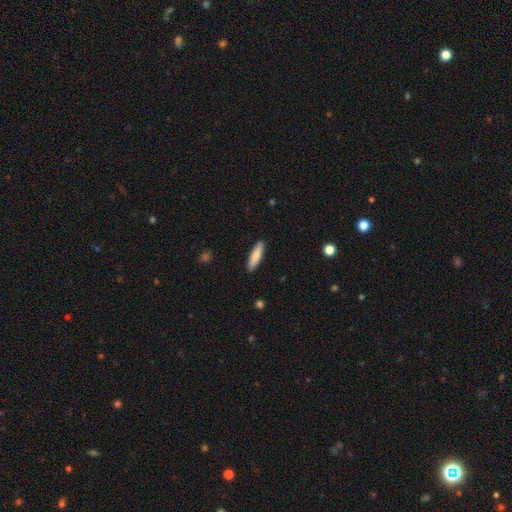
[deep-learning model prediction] A smooth galaxy with no disk features (75%) that is cigar-shaped (81%).

Vote fractions:
- Smooth or featured? smooth: 75% / featured or disk: 19% / star or artifact: 6%
- How rounded? cigar-shaped: 81% / in between: 18% / round: 2%
- Merging? none: 91% / minor disturbance: 7% / major disturbance: 2% / merger: 1%